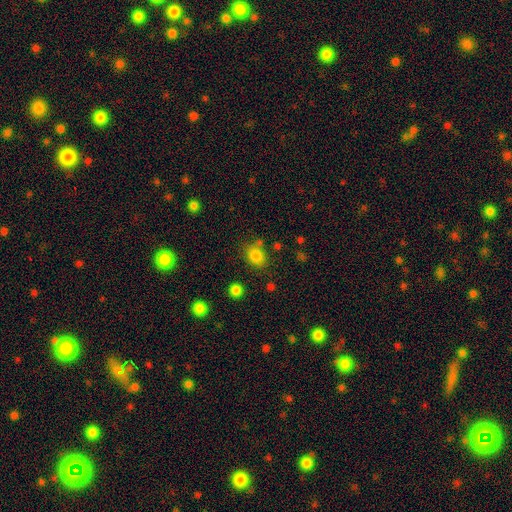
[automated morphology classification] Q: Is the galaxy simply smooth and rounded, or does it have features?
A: smooth — 82%.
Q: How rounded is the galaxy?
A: round — 52%.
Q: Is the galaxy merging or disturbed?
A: none — 72%.